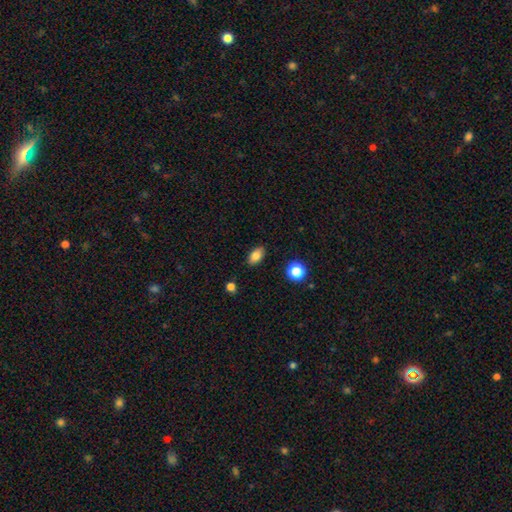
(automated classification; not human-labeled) Morphology: type=smooth (84%); roundness=in between (88%); merging=none (87%).